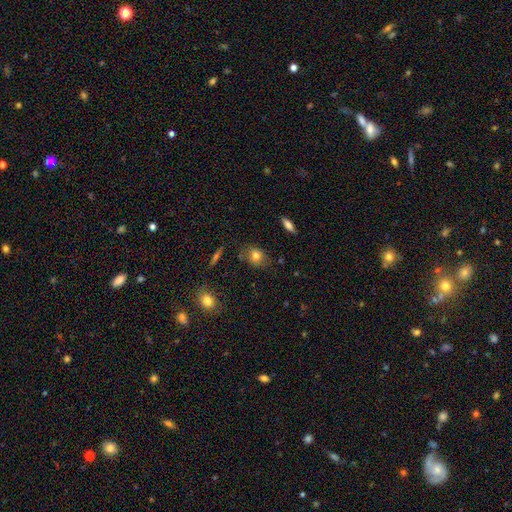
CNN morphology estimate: type=smooth (77%); roundness=in between (50%); merging=none (73%).